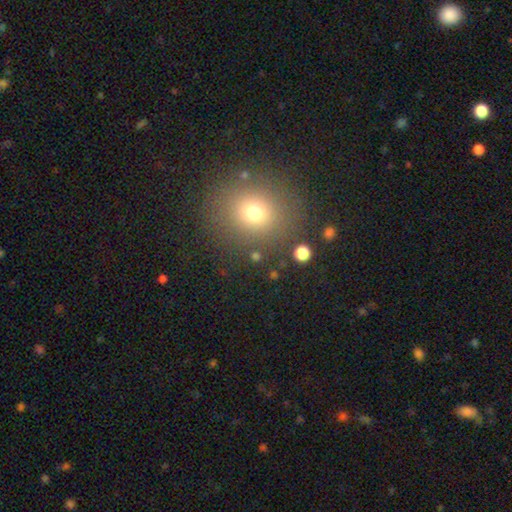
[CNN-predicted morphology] This appears to be a smooth galaxy with no disk features (71%) that is round (81%). Merging: none (83%).